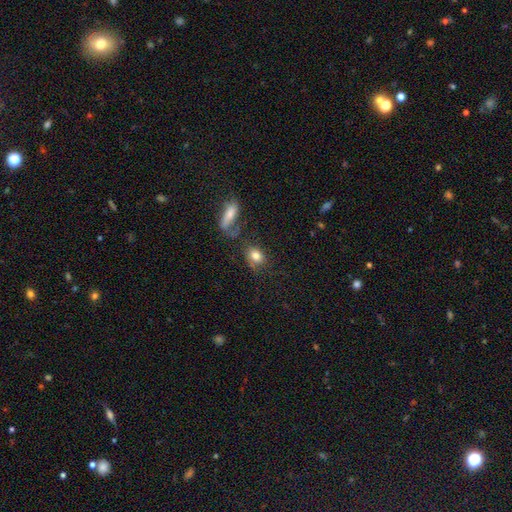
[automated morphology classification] Smooth or featured?
  - smooth: 80% *
  - featured or disk: 11%
  - star or artifact: 9%
How rounded?
  - in between: 59% *
  - round: 39%
  - cigar-shaped: 3%
Merging?
  - none: 56% *
  - minor disturbance: 17%
  - merger: 16%
  - major disturbance: 11%